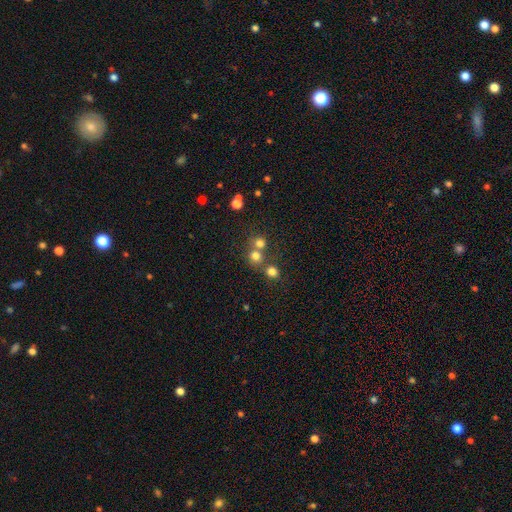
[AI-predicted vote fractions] Smooth or featured?
  - smooth: 73% *
  - star or artifact: 18%
  - featured or disk: 9%
How rounded?
  - round: 87% *
  - in between: 12%
  - cigar-shaped: 1%
Merging?
  - none: 54% *
  - merger: 36%
  - minor disturbance: 7%
  - major disturbance: 3%